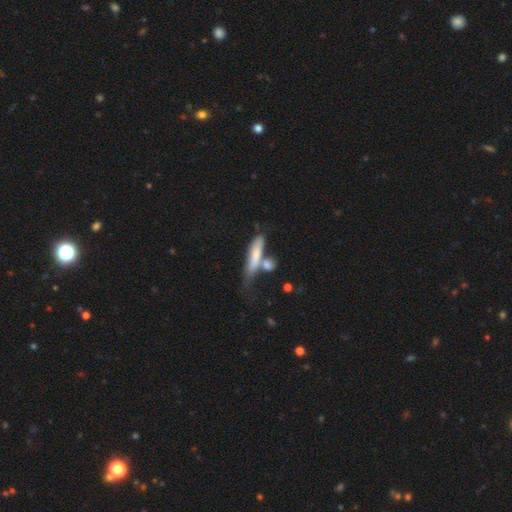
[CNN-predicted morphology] Smooth or featured? Predicted: smooth (p=0.69). How rounded? Predicted: cigar-shaped (p=0.74). Merging? Predicted: none (p=0.38).